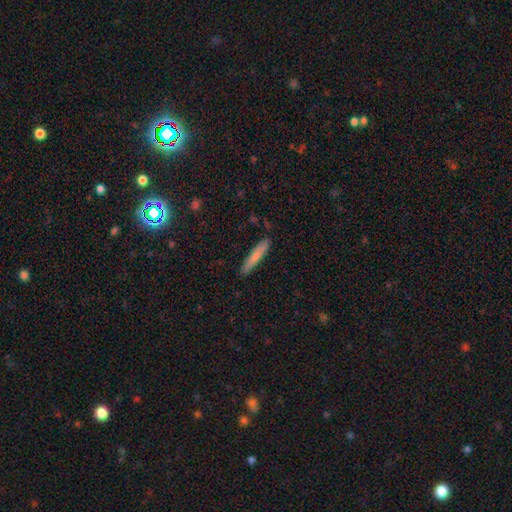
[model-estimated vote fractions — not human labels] A smooth galaxy with no disk features (72%) that is cigar-shaped (94%). Merging: none (89%).